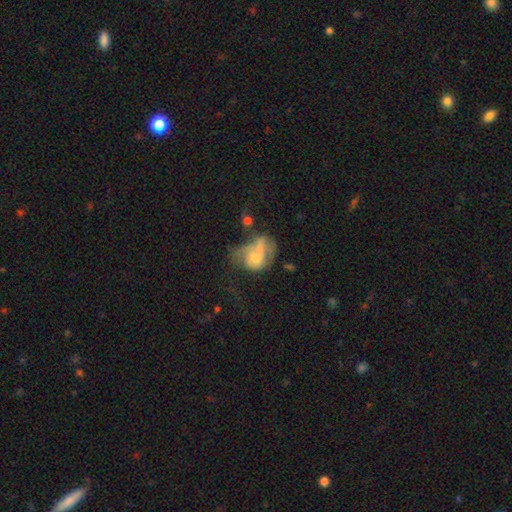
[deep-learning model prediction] Smooth or featured? featured or disk (48%)
Merging? major disturbance (38%)